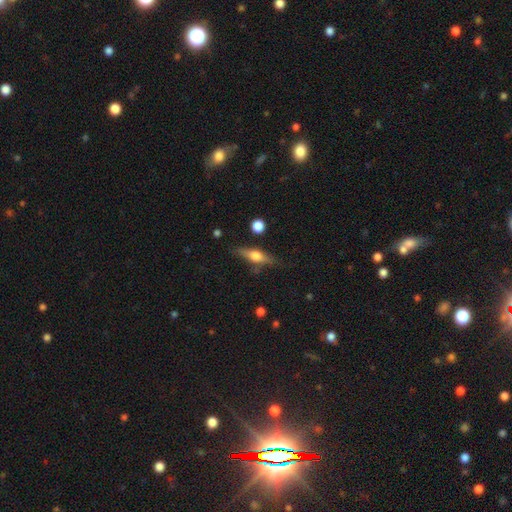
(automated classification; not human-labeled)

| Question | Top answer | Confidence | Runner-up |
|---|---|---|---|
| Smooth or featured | featured or disk | 56% | smooth (37%) |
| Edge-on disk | yes | 94% | no (6%) |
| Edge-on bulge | rounded | 91% | boxy (6%) |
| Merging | none | 78% | minor disturbance (15%) |